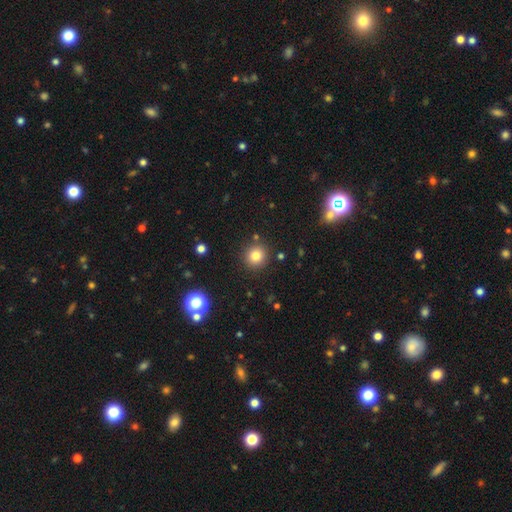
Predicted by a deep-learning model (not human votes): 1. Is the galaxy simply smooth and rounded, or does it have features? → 80% smooth, 13% star or artifact, 7% featured or disk.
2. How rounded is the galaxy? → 93% round, 6% in between, 1% cigar-shaped.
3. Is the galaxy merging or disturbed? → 88% none, 6% minor disturbance, 3% merger, 2% major disturbance.